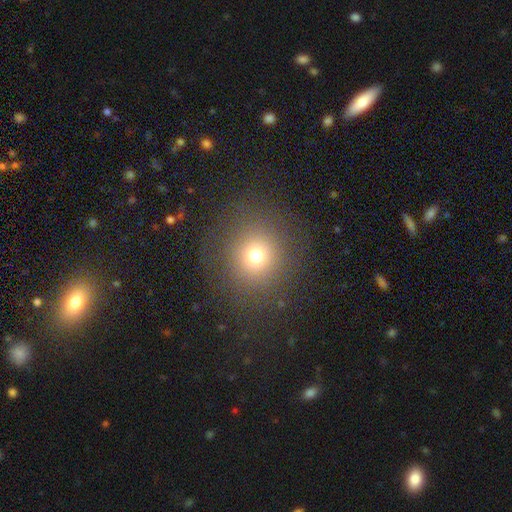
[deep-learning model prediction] Overall: smooth (72%). How rounded: round (92%). Merging: none (85%).